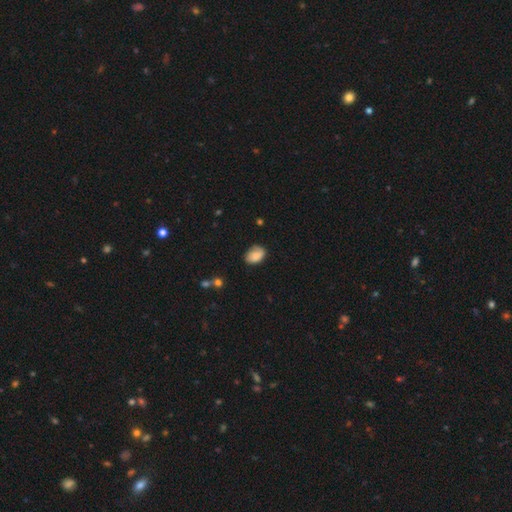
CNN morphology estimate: This appears to be a smooth galaxy with no disk features (81%) that is in between round and cigar-shaped (81%). Merging: none (65%).